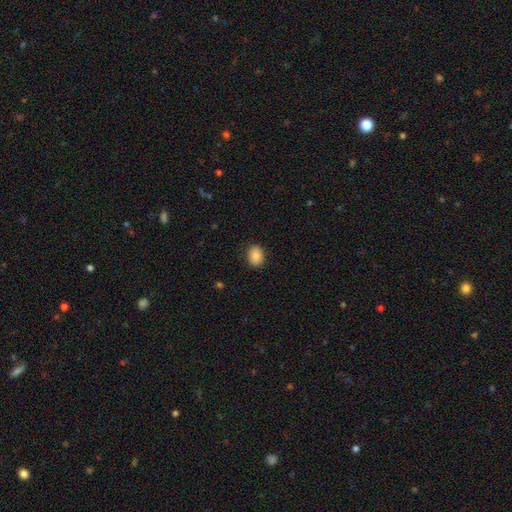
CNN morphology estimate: This is clearly a smooth galaxy (87%). How rounded: likely in between (63%). Merging: clearly none (87%).